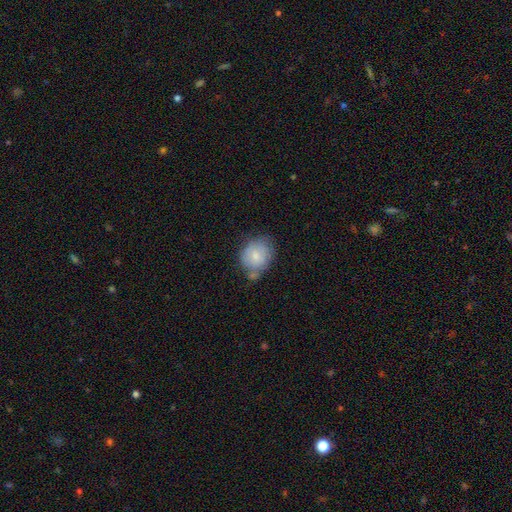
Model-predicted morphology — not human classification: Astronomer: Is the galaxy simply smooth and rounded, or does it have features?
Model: smooth — 73%.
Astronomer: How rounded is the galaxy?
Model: round — 63%.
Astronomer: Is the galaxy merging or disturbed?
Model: none — 49% (runner-up: minor disturbance, 28%).